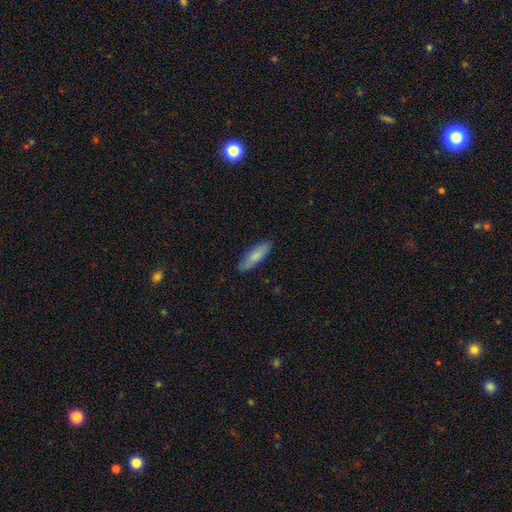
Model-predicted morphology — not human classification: Q: Smooth or featured?
A: smooth (81%); runner-up: featured or disk (13%)
Q: How rounded?
A: cigar-shaped (55%); runner-up: in between (44%)
Q: Merging?
A: none (85%); runner-up: minor disturbance (12%)